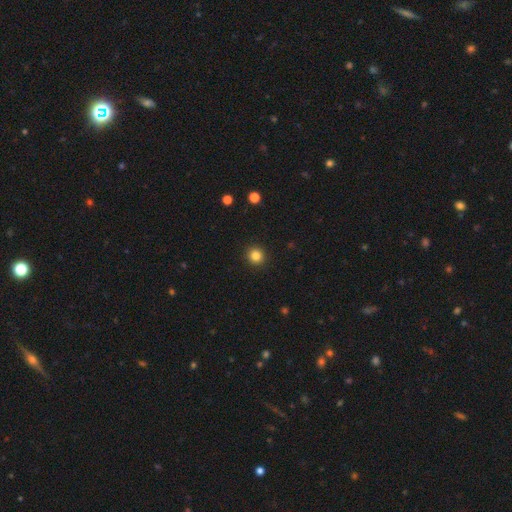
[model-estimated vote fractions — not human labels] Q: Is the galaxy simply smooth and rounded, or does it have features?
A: smooth — 84%.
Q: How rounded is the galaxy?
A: round — 94%.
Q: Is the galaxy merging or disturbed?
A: none — 93%.